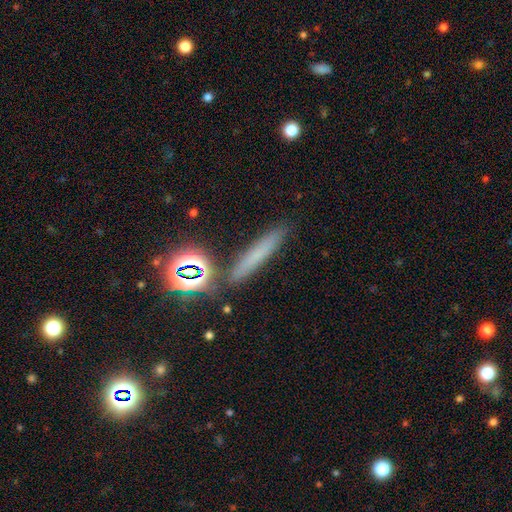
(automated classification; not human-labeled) Smooth or featured? Predicted: smooth (p=0.59). How rounded? Predicted: cigar-shaped (p=0.89). Merging? Predicted: none (p=0.84).